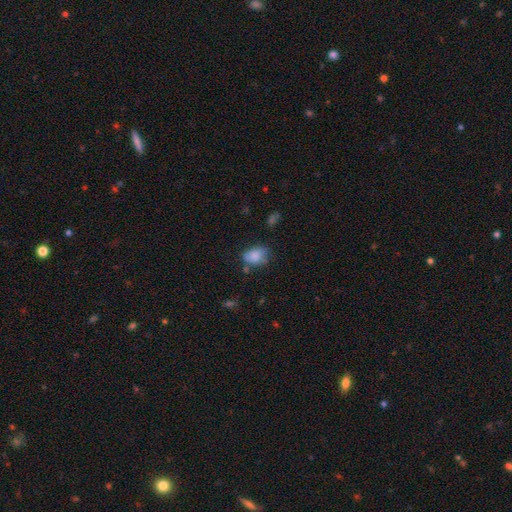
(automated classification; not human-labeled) smooth-or-featured: smooth: 82% | featured or disk: 9% | star or artifact: 9%
  how-rounded: in between: 71% | round: 28% | cigar-shaped: 1%
  merging: none: 55% | minor disturbance: 29% | major disturbance: 10% | merger: 7%